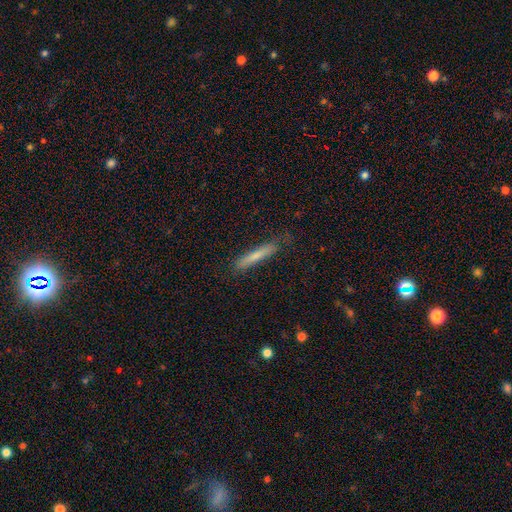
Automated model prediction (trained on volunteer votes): smooth-or-featured: smooth: 69% | featured or disk: 25% | star or artifact: 6%
  how-rounded: cigar-shaped: 94% | in between: 4% | round: 1%
  merging: none: 80% | minor disturbance: 15% | major disturbance: 3% | merger: 1%